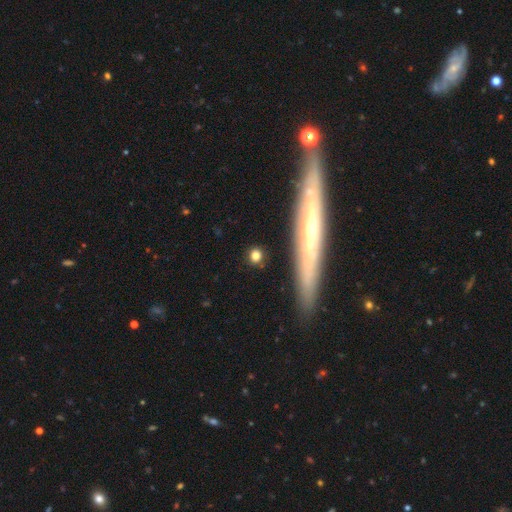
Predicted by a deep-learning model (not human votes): smooth_or_featured: smooth (p=0.76) [alt: featured or disk p=0.14]
how_rounded: round (p=0.74) [alt: in between p=0.14]
merging: none (p=0.85) [alt: minor disturbance p=0.08]